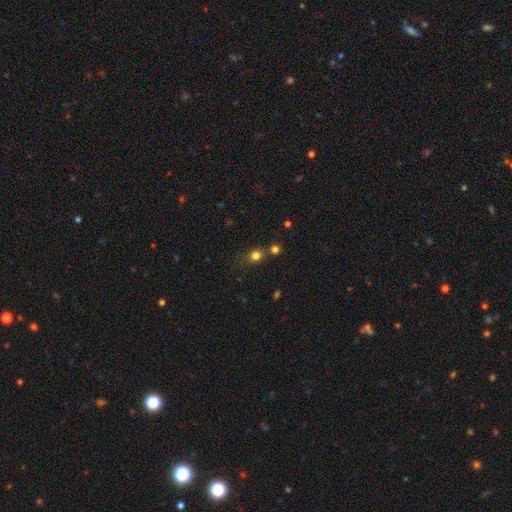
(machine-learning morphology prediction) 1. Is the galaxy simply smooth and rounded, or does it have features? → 76% smooth, 17% star or artifact, 7% featured or disk.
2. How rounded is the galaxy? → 75% round, 23% in between, 1% cigar-shaped.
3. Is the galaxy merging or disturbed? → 62% none, 19% merger, 13% minor disturbance, 6% major disturbance.